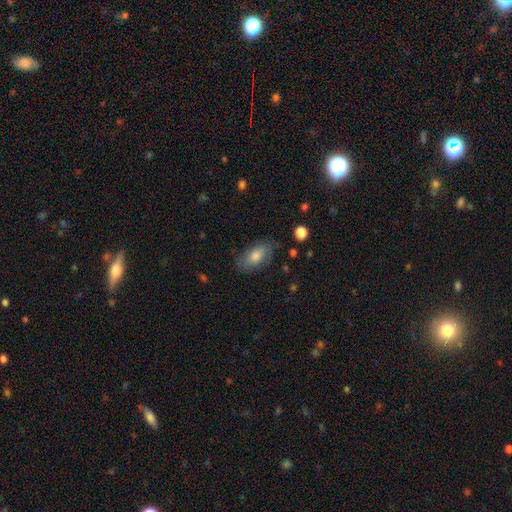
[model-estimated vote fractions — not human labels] Smooth or featured? Predicted: smooth (p=0.69). How rounded? Predicted: in between (p=0.88). Merging? Predicted: none (p=0.77).